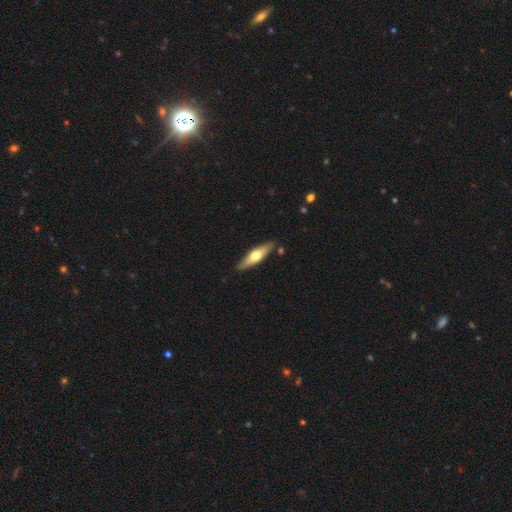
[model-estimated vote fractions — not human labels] Smooth or featured?
  - featured or disk: 48% *
  - smooth: 47%
  - star or artifact: 5%
Merging?
  - none: 87% *
  - minor disturbance: 9%
  - merger: 3%
  - major disturbance: 2%